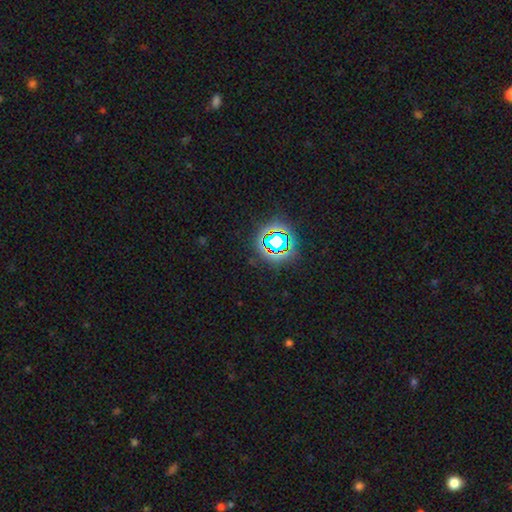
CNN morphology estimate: A star or artifact, not a galaxy (78%).